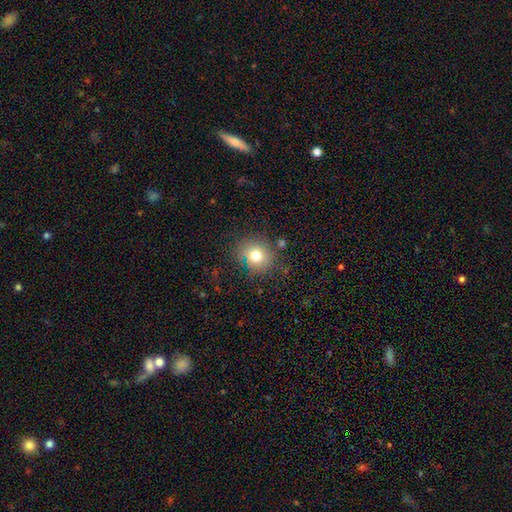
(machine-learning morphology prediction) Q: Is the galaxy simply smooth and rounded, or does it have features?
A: smooth — 74%.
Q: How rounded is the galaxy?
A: round — 80%.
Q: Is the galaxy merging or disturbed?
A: none — 82%.